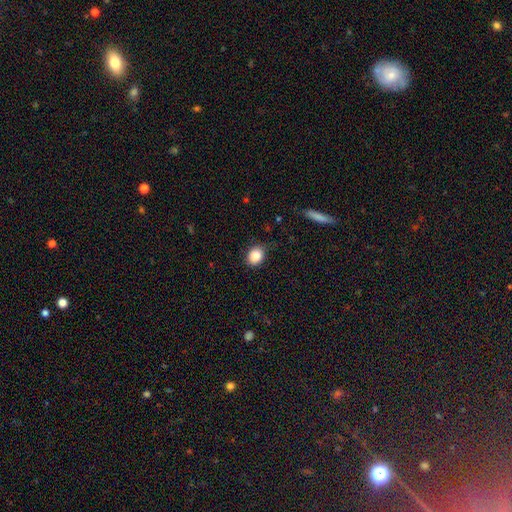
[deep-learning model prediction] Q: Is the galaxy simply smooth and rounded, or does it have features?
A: smooth — 87%.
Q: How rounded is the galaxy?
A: round — 50%.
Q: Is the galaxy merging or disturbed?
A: none — 77%.